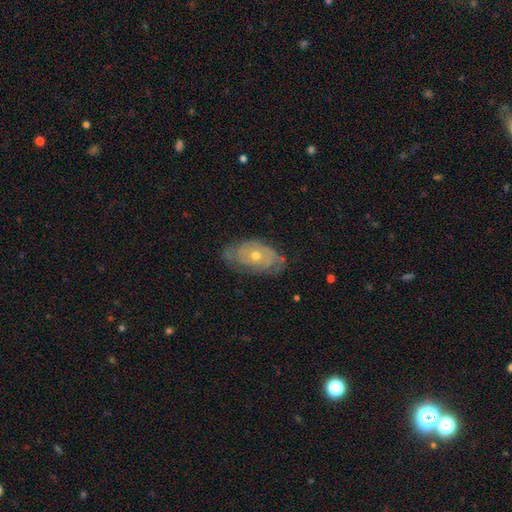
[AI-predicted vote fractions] smooth-or-featured: featured or disk: 69% | smooth: 24% | star or artifact: 7%
  disk-edge-on: no: 92% | yes: 8%
    bar: no: 86% | weak: 12% | strong: 2%
    has-spiral-arms: yes: 73% | no: 27%
    bulge-size: moderate: 53% | small: 44% | large: 1% | none: 1% | dominant: 1%
  merging: none: 67% | minor disturbance: 25% | major disturbance: 7% | merger: 1%